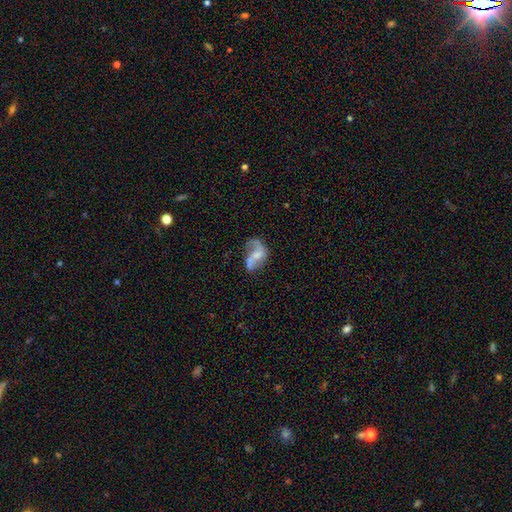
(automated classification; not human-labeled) This appears to be a featured or disk galaxy (73%) with no bar (45%), 2 (81%) loose (71%) spiral arms (83%) and a small central bulge (37%). Merging: none (43%).